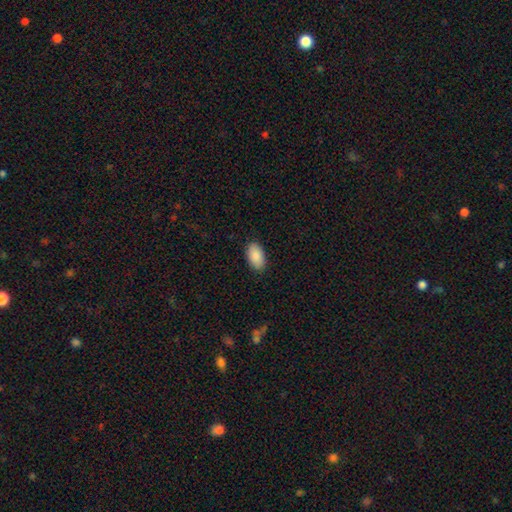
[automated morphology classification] Smooth or featured: smooth — 90% (star or artifact — 6%)
How rounded: in between — 95% (round — 3%)
Merging: none — 88% (minor disturbance — 9%)